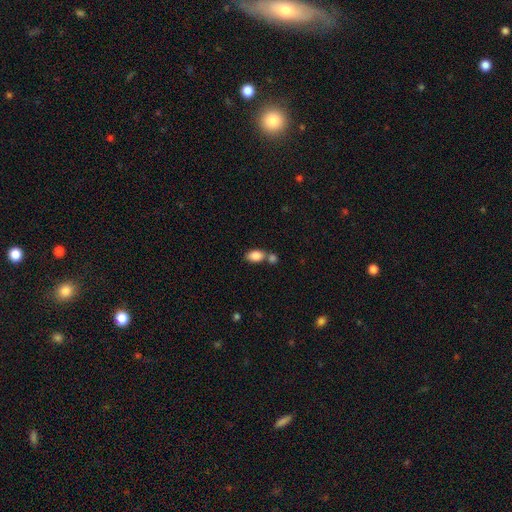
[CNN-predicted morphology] Smooth or featured?
  - smooth: 86% *
  - star or artifact: 8%
  - featured or disk: 7%
How rounded?
  - in between: 89% *
  - round: 9%
  - cigar-shaped: 2%
Merging?
  - none: 46% *
  - merger: 40%
  - minor disturbance: 10%
  - major disturbance: 3%